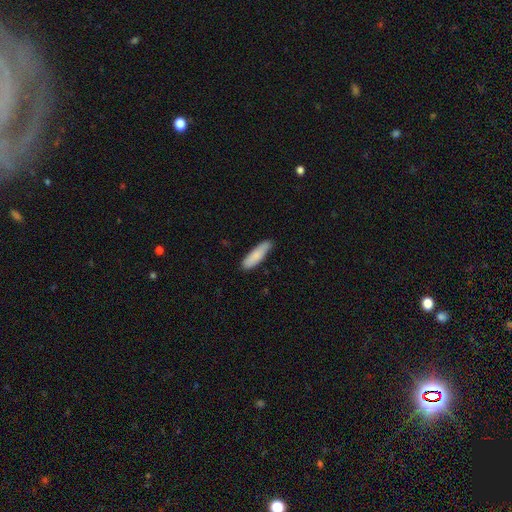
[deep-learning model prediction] A smooth galaxy with no disk features (83%) that is cigar-shaped (66%). Merging: none (78%).